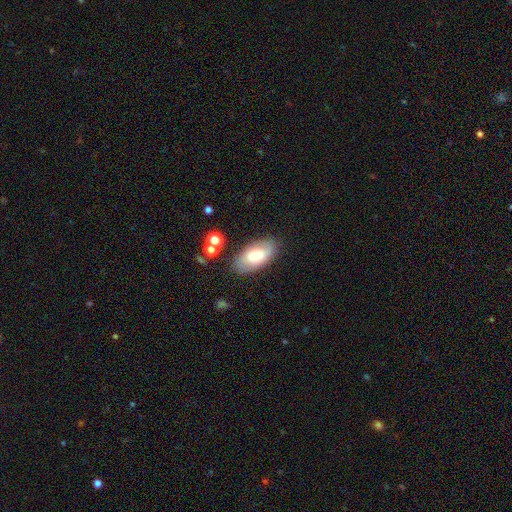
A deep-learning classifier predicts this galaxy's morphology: smooth_or_featured: smooth (p=0.73) [alt: featured or disk p=0.20]
how_rounded: in between (p=0.93) [alt: cigar-shaped p=0.04]
merging: none (p=0.80) [alt: minor disturbance p=0.13]